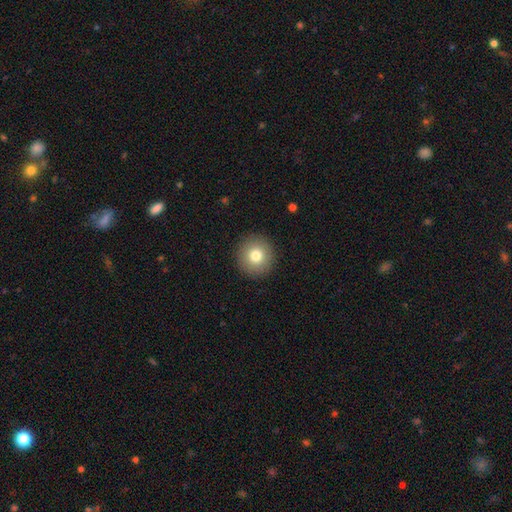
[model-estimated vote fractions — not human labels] Morphology: type=smooth (79%); roundness=round (95%); merging=none (92%).